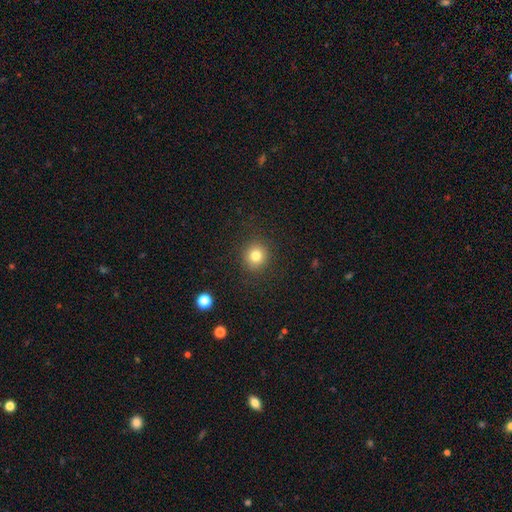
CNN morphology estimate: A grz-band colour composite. It shows a smooth galaxy with no disk features (80%) that is round (90%). Merging: none (90%).